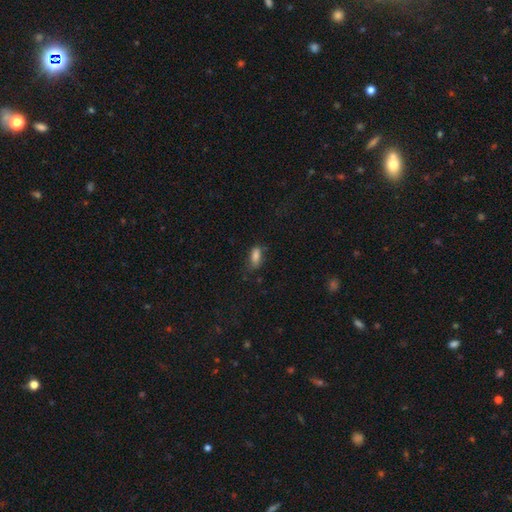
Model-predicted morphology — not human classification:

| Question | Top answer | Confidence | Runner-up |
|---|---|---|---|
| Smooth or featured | smooth | 81% | star or artifact (10%) |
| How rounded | in between | 82% | cigar-shaped (14%) |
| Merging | none | 55% | minor disturbance (29%) |